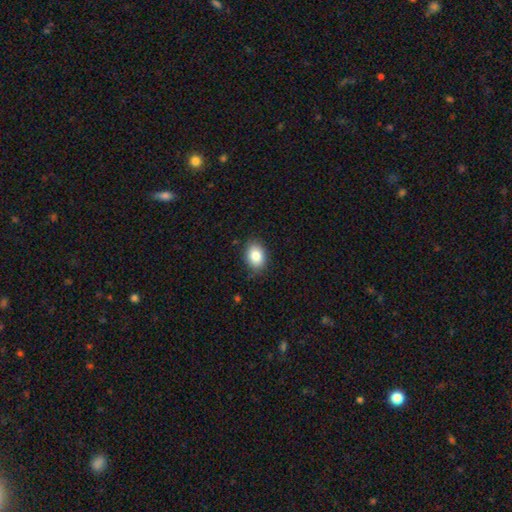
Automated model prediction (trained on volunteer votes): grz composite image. It shows a smooth galaxy with no disk features (84%) that is in between round and cigar-shaped (74%). Merging: none (84%).